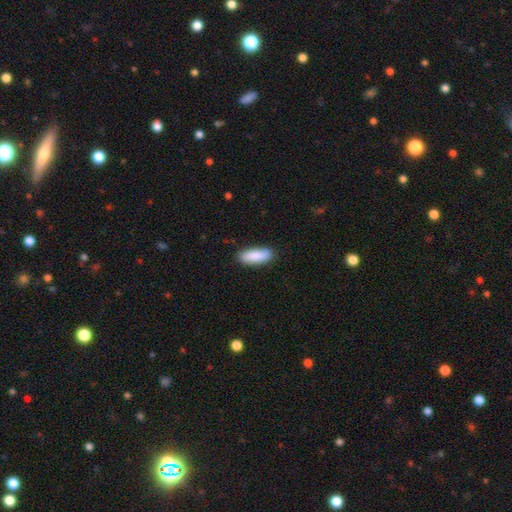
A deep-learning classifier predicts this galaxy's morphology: Smooth or featured: smooth — 86% (featured or disk — 8%)
How rounded: in between — 70% (cigar-shaped — 28%)
Merging: none — 82% (minor disturbance — 14%)